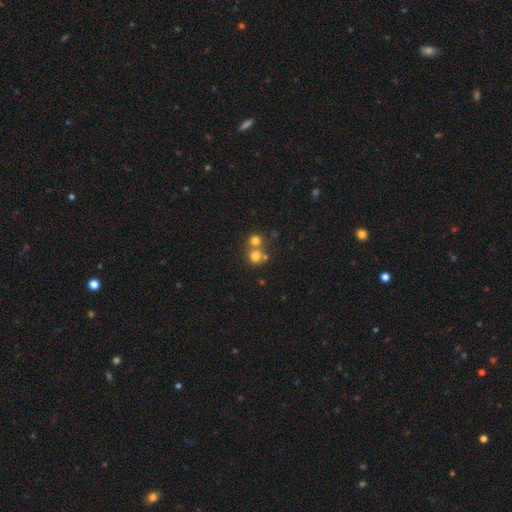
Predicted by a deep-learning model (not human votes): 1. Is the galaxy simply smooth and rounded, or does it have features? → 74% smooth, 15% star or artifact, 11% featured or disk.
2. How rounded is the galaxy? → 88% round, 11% in between, 1% cigar-shaped.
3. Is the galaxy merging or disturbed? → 47% none, 44% merger, 6% minor disturbance, 3% major disturbance.